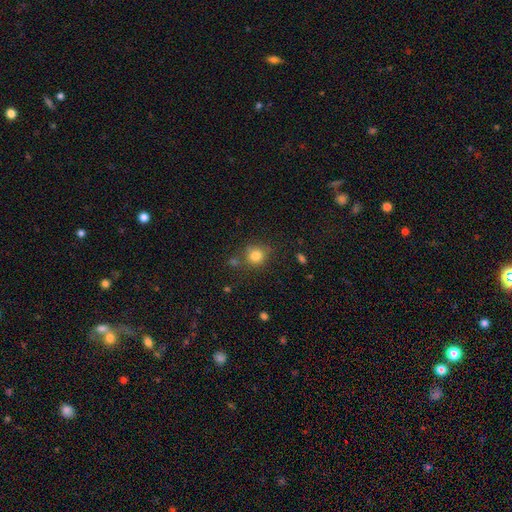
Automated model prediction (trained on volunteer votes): The model was most divided on "merging": none: 72%, minor disturbance: 14%, merger: 9%, major disturbance: 5%. More confident: how rounded — round (86%); smooth or featured — smooth (81%).